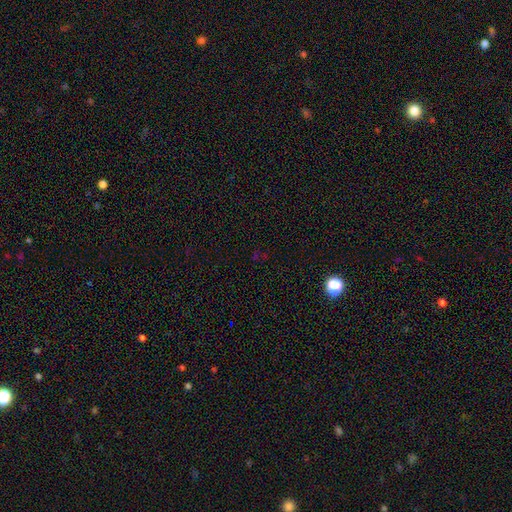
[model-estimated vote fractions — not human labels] star or artifact 67%, smooth 26%, featured or disk 7%.